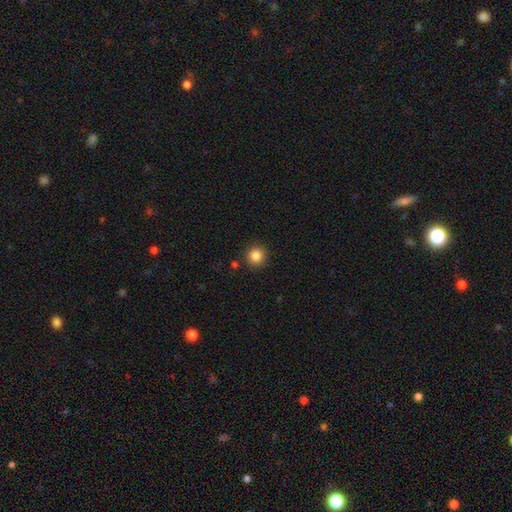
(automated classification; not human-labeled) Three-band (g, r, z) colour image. It shows a smooth galaxy with no disk features (85%) that is round (94%). Merging: none (90%).